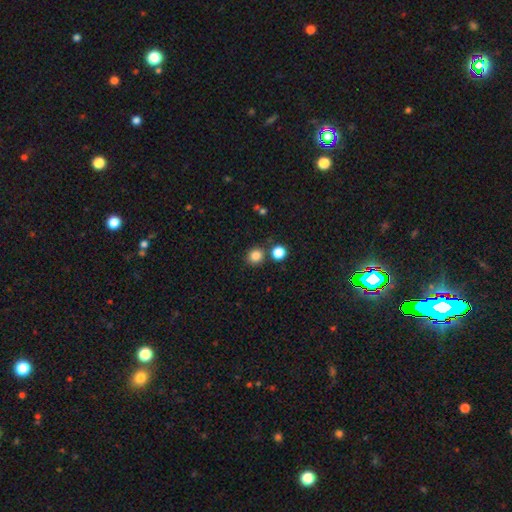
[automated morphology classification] Smooth or featured?
  - smooth: 83% *
  - star or artifact: 13%
  - featured or disk: 4%
How rounded?
  - round: 90% *
  - in between: 10%
  - cigar-shaped: 1%
Merging?
  - none: 82% *
  - merger: 9%
  - minor disturbance: 7%
  - major disturbance: 2%